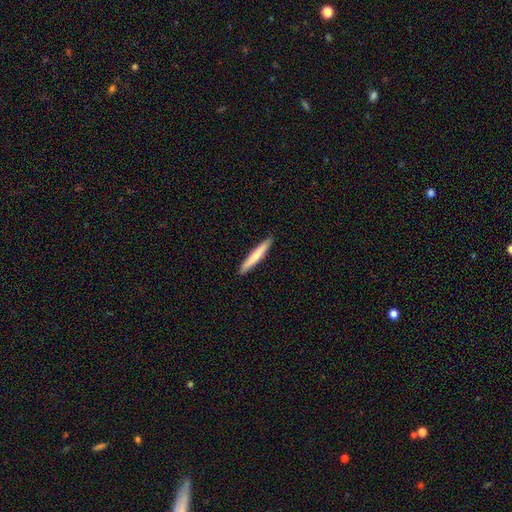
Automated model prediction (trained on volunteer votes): The model was most divided on "smooth or featured": smooth: 70%, featured or disk: 25%, star or artifact: 5%. More confident: how rounded — cigar-shaped (95%); merging — none (92%).